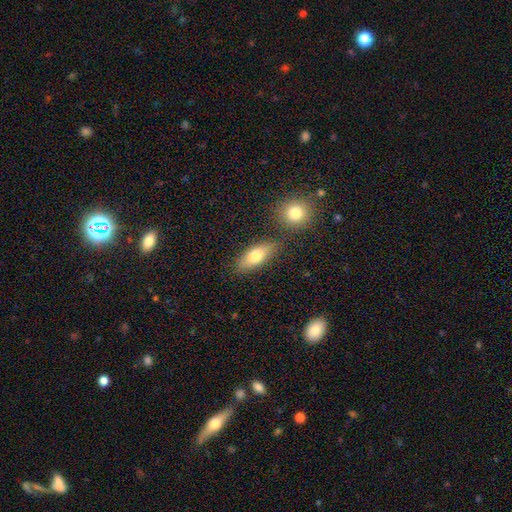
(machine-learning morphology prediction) This is likely a smooth galaxy (75%). How rounded: likely in between (77%). Merging: likely none (75%).